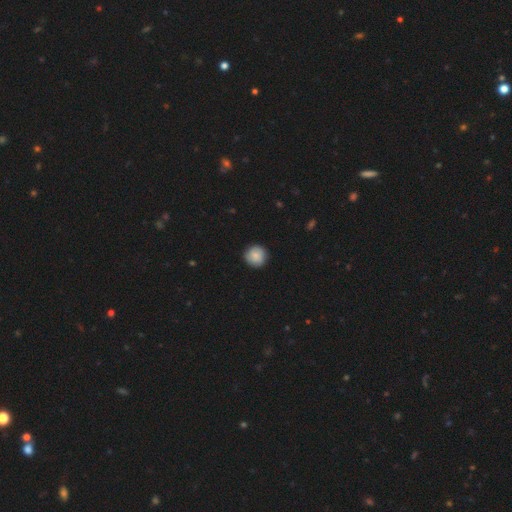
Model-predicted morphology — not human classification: Q: Smooth or featured?
A: smooth (83%); runner-up: featured or disk (10%)
Q: How rounded?
A: round (94%); runner-up: in between (5%)
Q: Merging?
A: none (89%); runner-up: minor disturbance (8%)